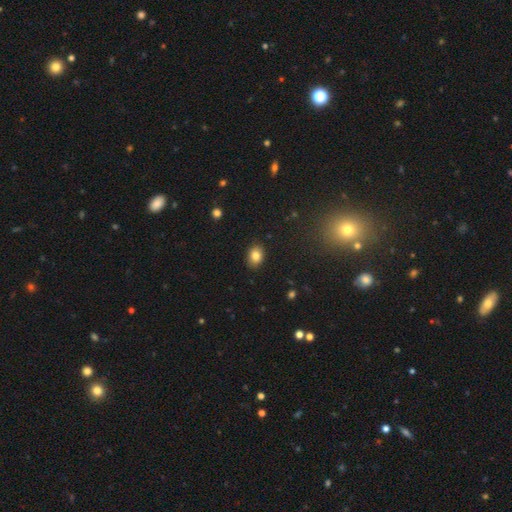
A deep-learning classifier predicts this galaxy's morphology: A smooth galaxy with no disk features (83%) that is in between round and cigar-shaped (67%).

Vote fractions:
- Smooth or featured? smooth: 83% / star or artifact: 10% / featured or disk: 7%
- How rounded? in between: 67% / round: 32% / cigar-shaped: 1%
- Merging? none: 89% / minor disturbance: 8% / major disturbance: 2% / merger: 1%